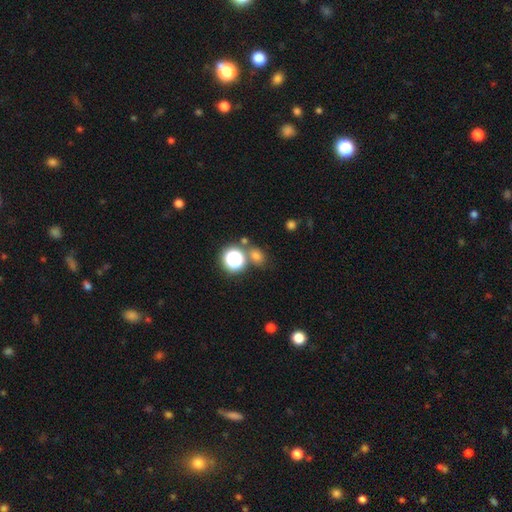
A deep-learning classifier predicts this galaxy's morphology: A smooth galaxy with no disk features (68%) that is round (62%). Merging: none (71%).